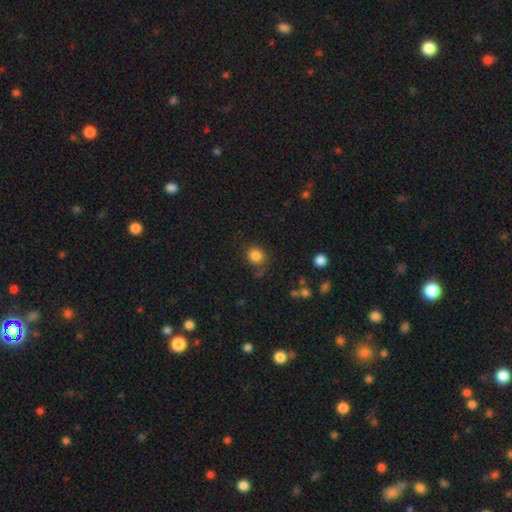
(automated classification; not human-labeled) smooth 84%, star or artifact 11%, featured or disk 5%. Down the decision tree: how rounded — round (81%); merging — none (77%).